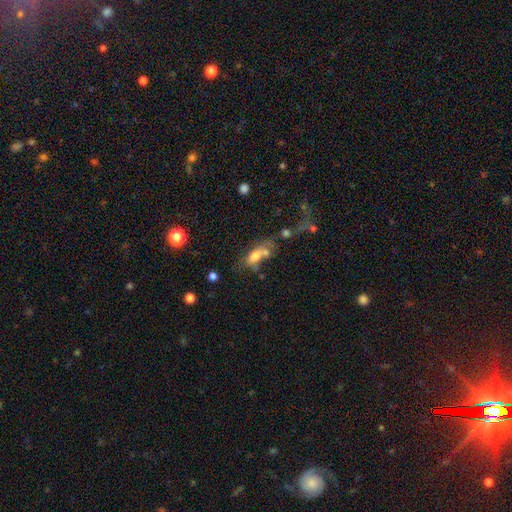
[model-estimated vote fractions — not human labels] Smooth or featured? Predicted: smooth (p=0.63). How rounded? Predicted: in between (p=0.77). Merging? Predicted: merger (p=0.43).